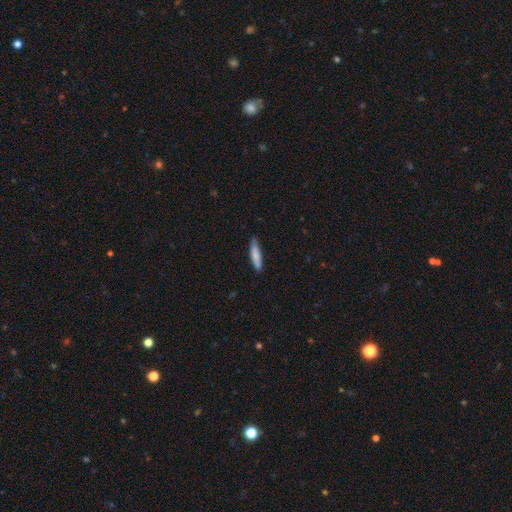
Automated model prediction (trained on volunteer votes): A smooth galaxy with no disk features (79%) that is cigar-shaped (84%).

Vote fractions:
- Smooth or featured? smooth: 79% / featured or disk: 16% / star or artifact: 6%
- How rounded? cigar-shaped: 84% / in between: 15% / round: 1%
- Merging? none: 81% / minor disturbance: 15% / major disturbance: 2% / merger: 1%